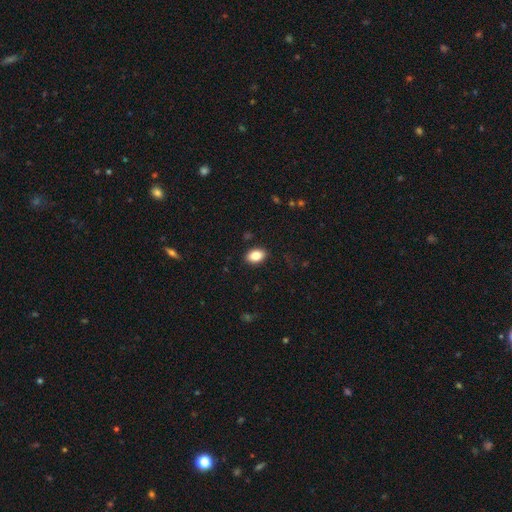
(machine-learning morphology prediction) This is clearly a smooth galaxy (84%). How rounded: clearly in between (85%). Merging: clearly none (89%).